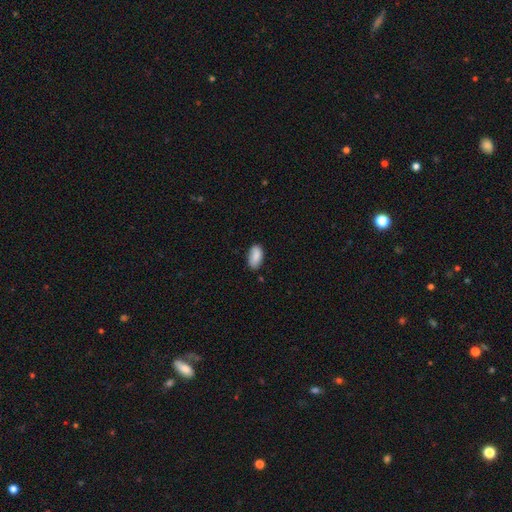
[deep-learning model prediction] Overall: smooth (87%). How rounded: in between (94%). Merging: none (80%).